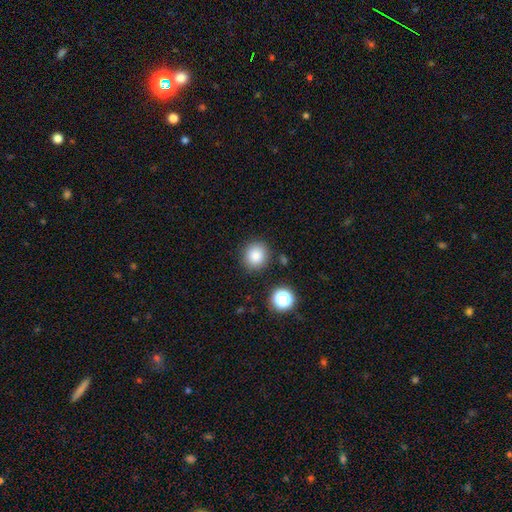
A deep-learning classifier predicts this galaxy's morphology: This appears to be a smooth galaxy with no disk features (84%) that is round (88%). Merging: none (86%).